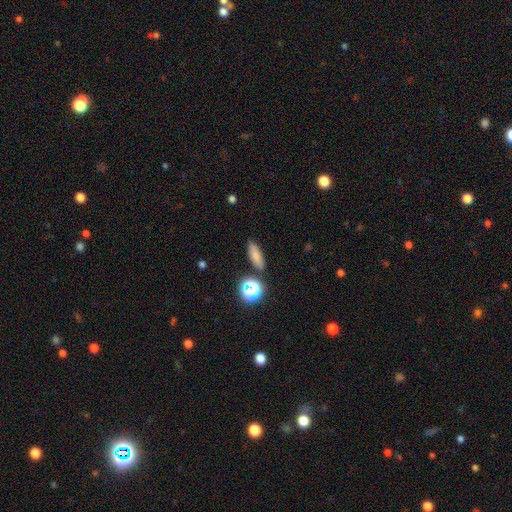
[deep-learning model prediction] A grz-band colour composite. It shows a smooth galaxy with no disk features (76%) that is in between round and cigar-shaped (54%). Merging: none (83%).